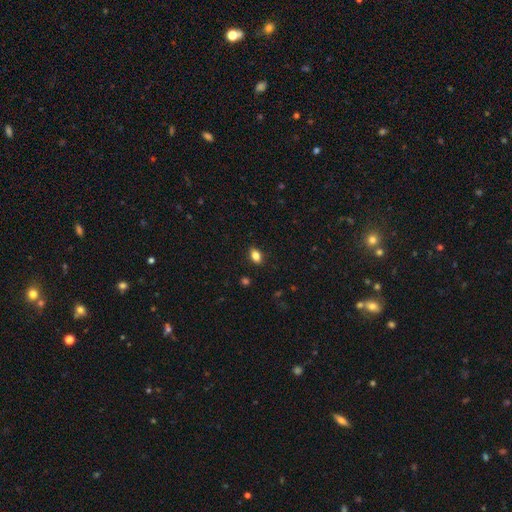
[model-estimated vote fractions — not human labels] Smooth or featured?
  - smooth: 84% *
  - star or artifact: 10%
  - featured or disk: 7%
How rounded?
  - in between: 85% *
  - round: 13%
  - cigar-shaped: 3%
Merging?
  - none: 87% *
  - minor disturbance: 10%
  - major disturbance: 2%
  - merger: 1%